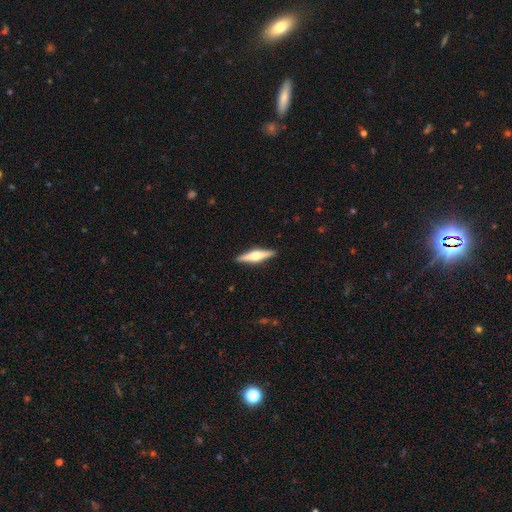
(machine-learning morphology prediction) Overall: featured or disk (63%; smooth 32%). Edge-on disk: yes (97%). Edge-on bulge: rounded (91%). Merging: none (91%).